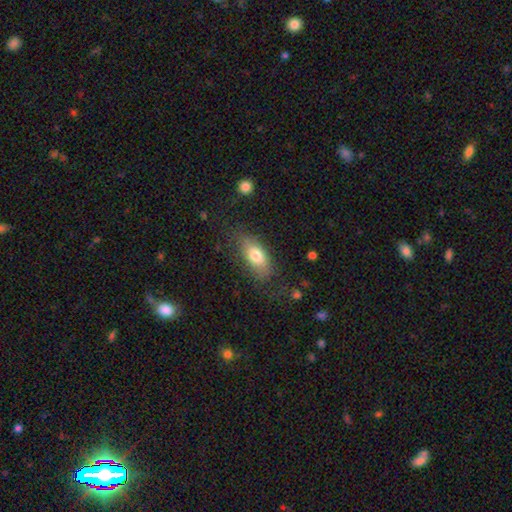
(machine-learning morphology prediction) This is likely a smooth galaxy (75%). How rounded: clearly in between (84%). Merging: likely none (70%).